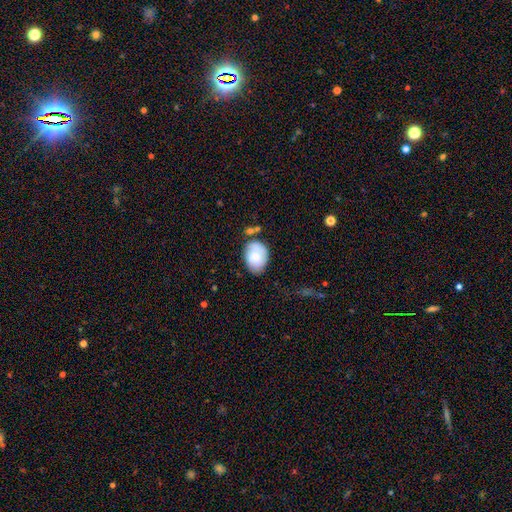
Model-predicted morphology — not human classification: Smooth or featured: smooth — 77% (featured or disk — 16%)
How rounded: in between — 77% (round — 22%)
Merging: none — 63% (minor disturbance — 24%)